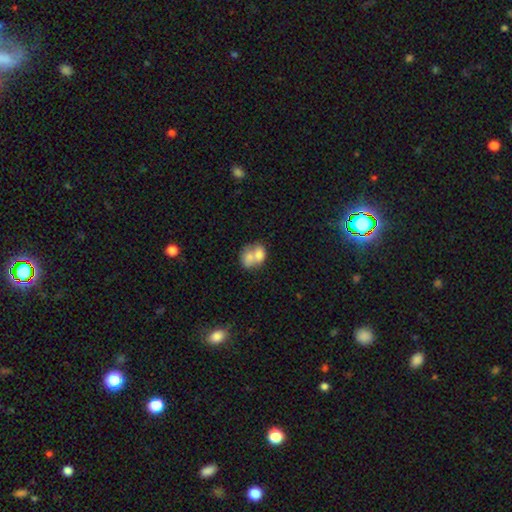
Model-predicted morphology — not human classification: type=smooth (71%); roundness=in between (59%); merging=merger (70%).